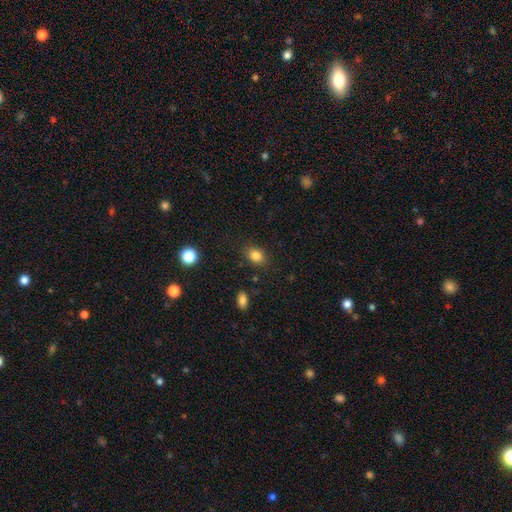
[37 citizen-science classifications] Overall: smooth (89%). How rounded: in between (67%; round 33%). Merging: none (86%).